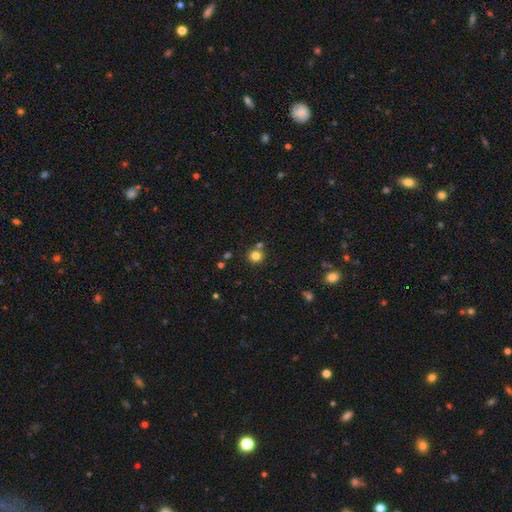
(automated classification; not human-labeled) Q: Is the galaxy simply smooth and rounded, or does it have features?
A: smooth — 80%.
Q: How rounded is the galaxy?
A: round — 88%.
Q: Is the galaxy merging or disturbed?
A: none — 73%.